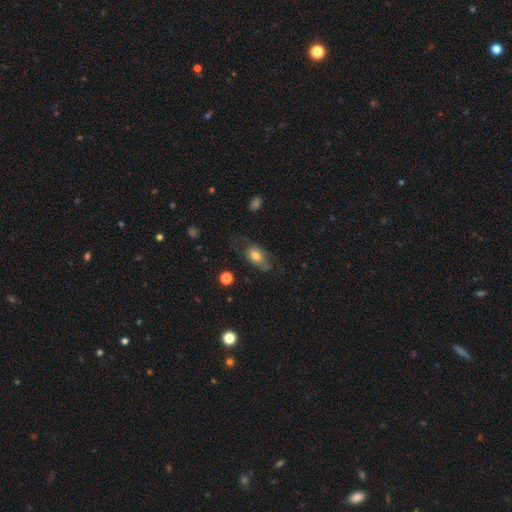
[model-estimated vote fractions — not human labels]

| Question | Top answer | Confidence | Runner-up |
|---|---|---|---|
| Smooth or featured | smooth | 65% | featured or disk (26%) |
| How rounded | in between | 84% | round (12%) |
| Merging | none | 43% | minor disturbance (27%) |